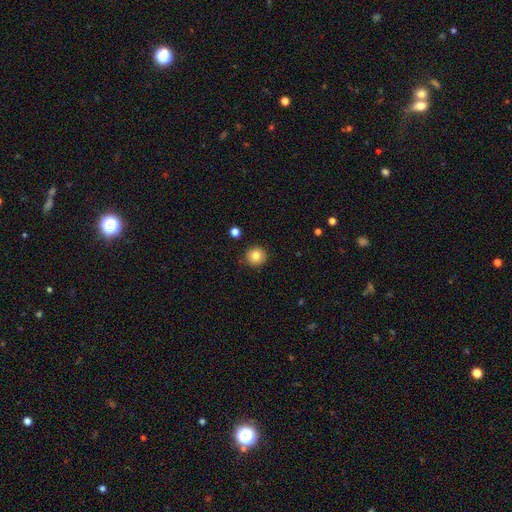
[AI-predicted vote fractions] A smooth galaxy with no disk features (81%) that is round (94%).

Vote fractions:
- Smooth or featured? smooth: 81% / star or artifact: 10% / featured or disk: 8%
- How rounded? round: 94% / in between: 5% / cigar-shaped: 1%
- Merging? none: 90% / minor disturbance: 6% / major disturbance: 2% / merger: 2%